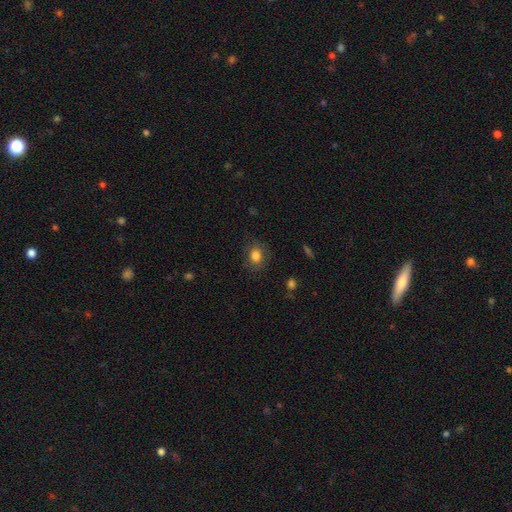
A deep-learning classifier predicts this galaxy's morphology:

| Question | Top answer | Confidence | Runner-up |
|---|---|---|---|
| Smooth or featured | smooth | 80% | featured or disk (10%) |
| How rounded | round | 53% | in between (46%) |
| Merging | none | 79% | minor disturbance (14%) |